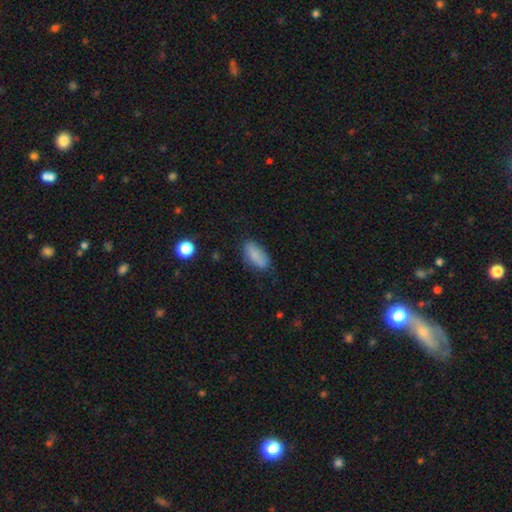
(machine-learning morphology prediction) A smooth galaxy with no disk features (85%) that is in between round and cigar-shaped (85%). Merging: none (74%).